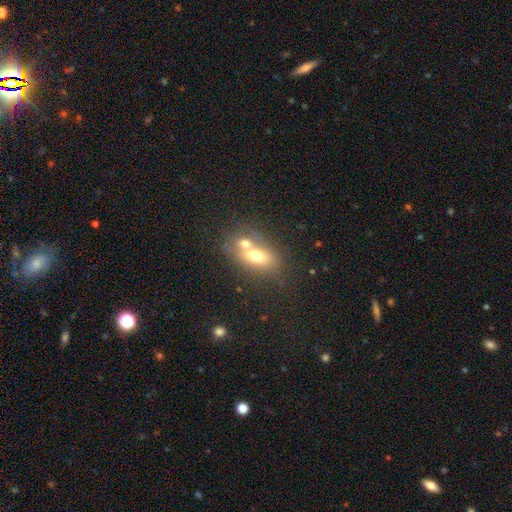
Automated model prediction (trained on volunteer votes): Smooth or featured? smooth (63%)
How rounded? in between (76%)
Merging? merger (57%)